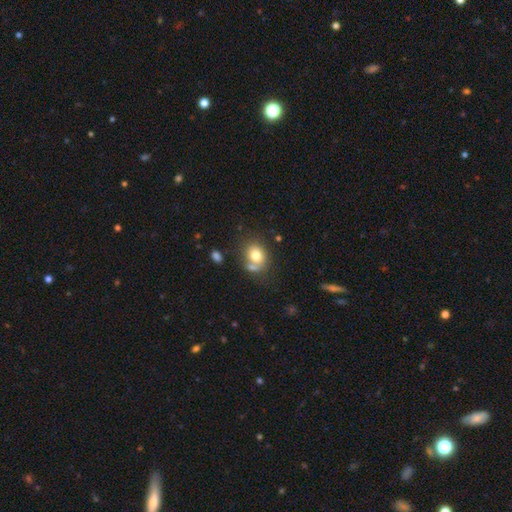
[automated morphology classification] Smooth or featured: smooth — 76% (featured or disk — 14%)
How rounded: in between — 50% (round — 49%)
Merging: none — 50% (merger — 25%)